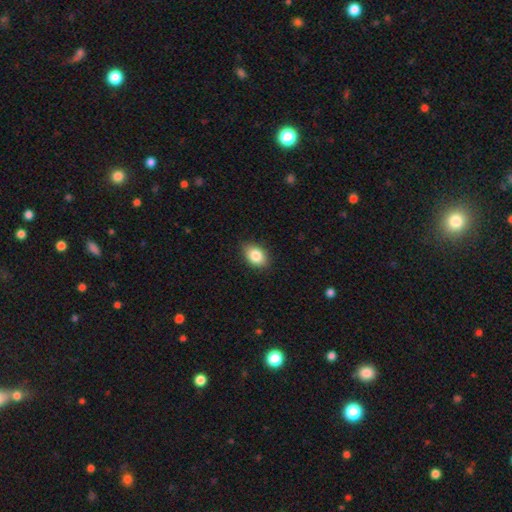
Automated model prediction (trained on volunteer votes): Smooth or featured? smooth (85%)
How rounded? in between (82%)
Merging? none (85%)